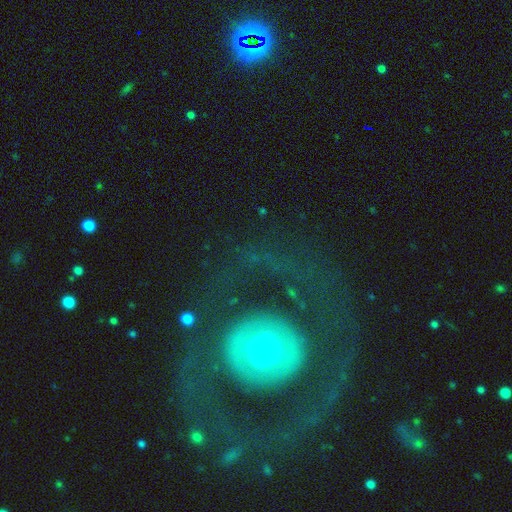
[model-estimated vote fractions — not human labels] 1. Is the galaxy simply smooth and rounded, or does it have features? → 59% featured or disk, 31% smooth, 10% star or artifact.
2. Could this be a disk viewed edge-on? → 95% no, 5% yes.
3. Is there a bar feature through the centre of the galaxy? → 72% no, 18% weak, 10% strong.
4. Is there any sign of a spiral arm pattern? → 66% no, 34% yes.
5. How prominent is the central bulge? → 61% moderate, 17% large, 17% small, 4% dominant, 2% none.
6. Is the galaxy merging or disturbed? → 74% none, 14% major disturbance, 10% minor disturbance, 2% merger.